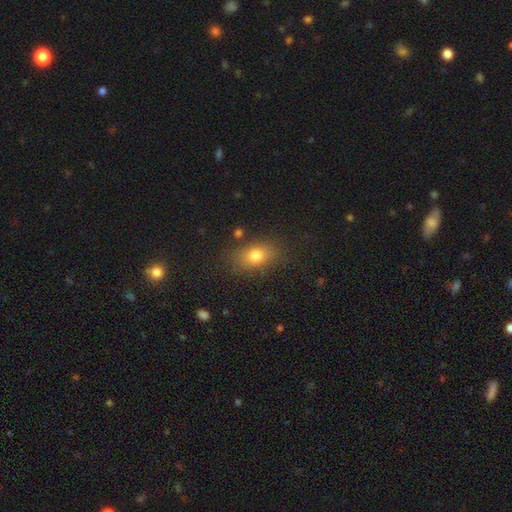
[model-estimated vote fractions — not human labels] This is likely a smooth galaxy (77%). How rounded: likely in between (76%). Merging: likely none (79%).